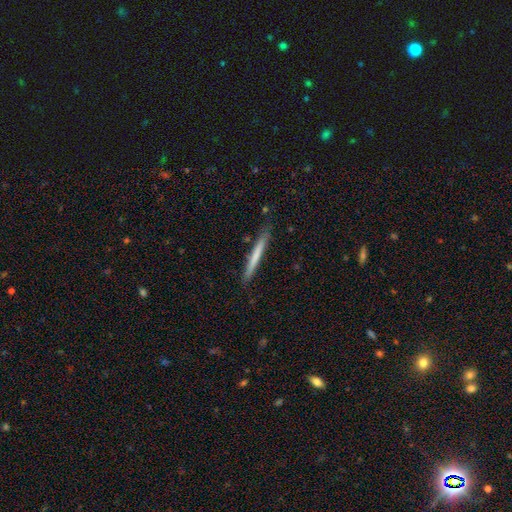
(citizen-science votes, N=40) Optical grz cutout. It shows a smooth galaxy with no disk features (55%) that is cigar-shaped (100%). Merging: none (83%).